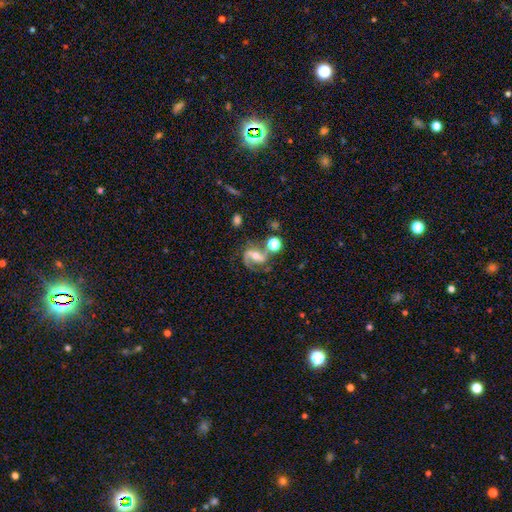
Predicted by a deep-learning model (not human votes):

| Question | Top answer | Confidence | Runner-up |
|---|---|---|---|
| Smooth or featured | featured or disk | 80% | smooth (11%) |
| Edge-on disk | no | 97% | yes (3%) |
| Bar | strong | 45% | weak (34%) |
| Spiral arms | yes | 94% | no (6%) |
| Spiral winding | medium | 52% | loose (27%) |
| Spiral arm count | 2 | 78% | 1 (15%) |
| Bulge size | moderate | 58% | small (32%) |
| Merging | none | 56% | minor disturbance (17%) |